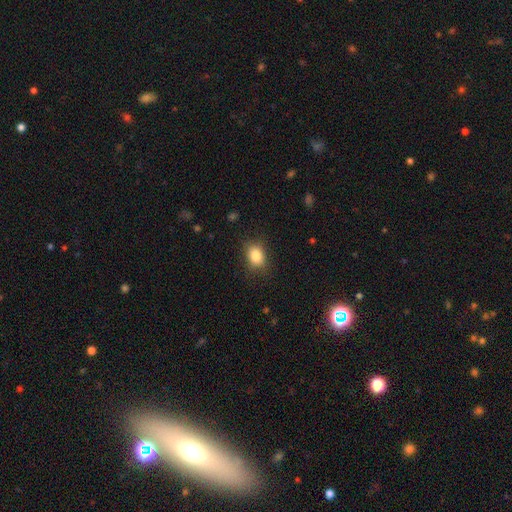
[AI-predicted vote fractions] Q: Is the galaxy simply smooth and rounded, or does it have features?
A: smooth — 85%.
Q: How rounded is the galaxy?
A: in between — 64%.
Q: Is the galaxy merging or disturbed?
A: none — 80%.